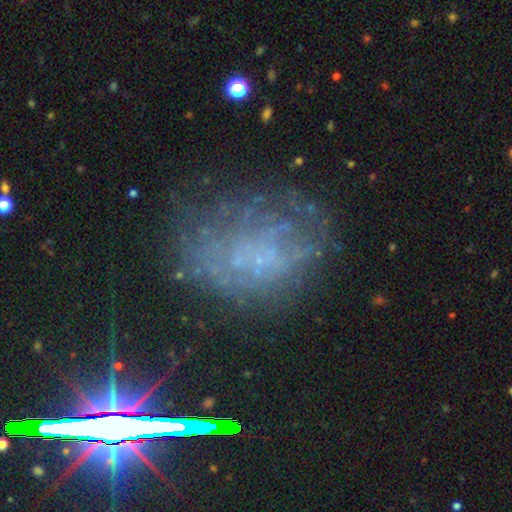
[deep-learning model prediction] Smooth or featured?
  - featured or disk: 41% *
  - star or artifact: 33%
  - smooth: 26%
Merging?
  - none: 57% *
  - major disturbance: 20%
  - minor disturbance: 20%
  - merger: 3%